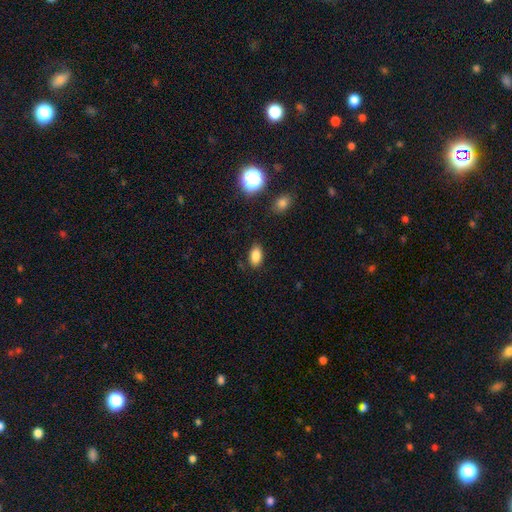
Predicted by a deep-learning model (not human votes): Smooth or featured? smooth (85%)
How rounded? in between (91%)
Merging? none (84%)